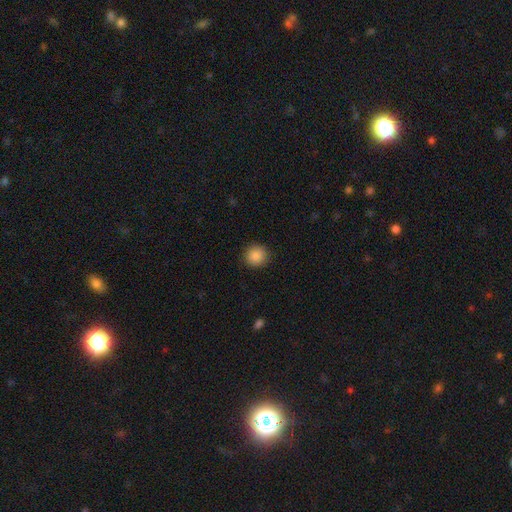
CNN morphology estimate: A smooth galaxy with no disk features (88%) that is round (90%).

Vote fractions:
- Smooth or featured? smooth: 88% / star or artifact: 9% / featured or disk: 3%
- How rounded? round: 90% / in between: 9% / cigar-shaped: 1%
- Merging? none: 91% / minor disturbance: 6% / major disturbance: 2% / merger: 1%